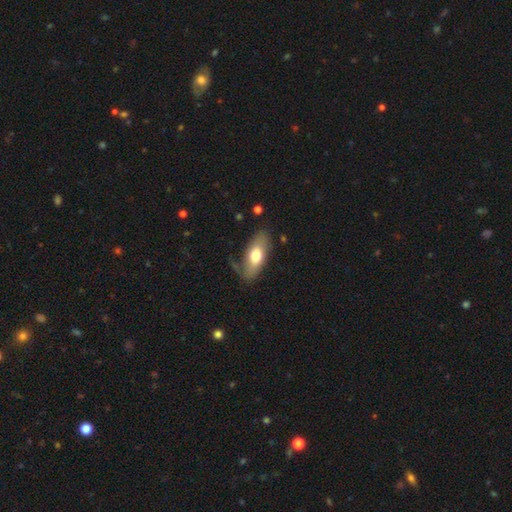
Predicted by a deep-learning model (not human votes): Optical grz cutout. It shows a smooth galaxy with no disk features (66%) that is in between round and cigar-shaped (84%). Merging: none (66%).